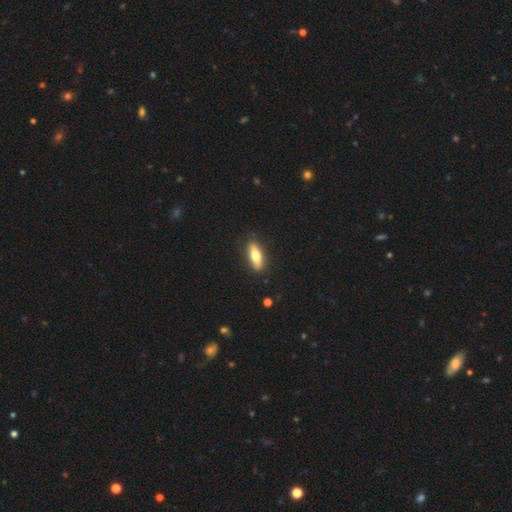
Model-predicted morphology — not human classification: Smooth or featured: smooth — 65% (featured or disk — 29%)
How rounded: cigar-shaped — 49% (in between — 48%)
Merging: none — 88% (minor disturbance — 9%)